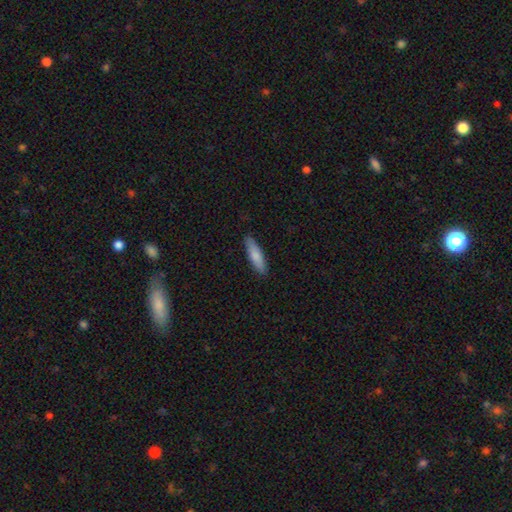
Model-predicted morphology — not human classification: smooth-or-featured: smooth: 81% | featured or disk: 14% | star or artifact: 5%
  how-rounded: cigar-shaped: 70% | in between: 28% | round: 1%
  merging: none: 87% | minor disturbance: 10% | major disturbance: 2% | merger: 1%